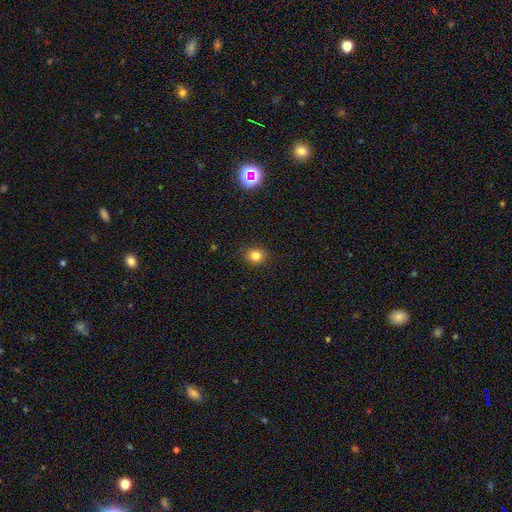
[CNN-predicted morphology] Smooth or featured? smooth (81%)
How rounded? round (73%)
Merging? none (89%)